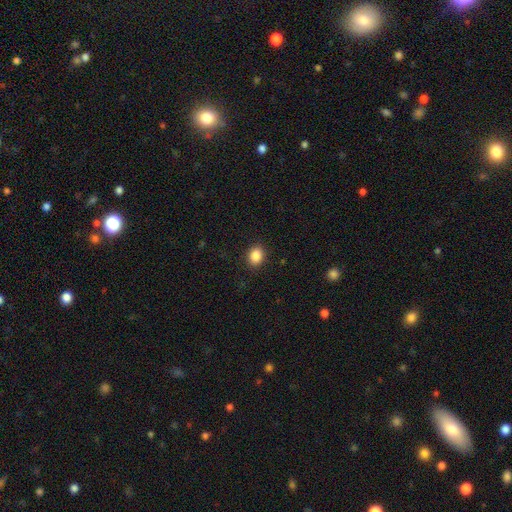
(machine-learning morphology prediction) Smooth or featured? Predicted: smooth (p=0.87). How rounded? Predicted: in between (p=0.57). Merging? Predicted: none (p=0.90).